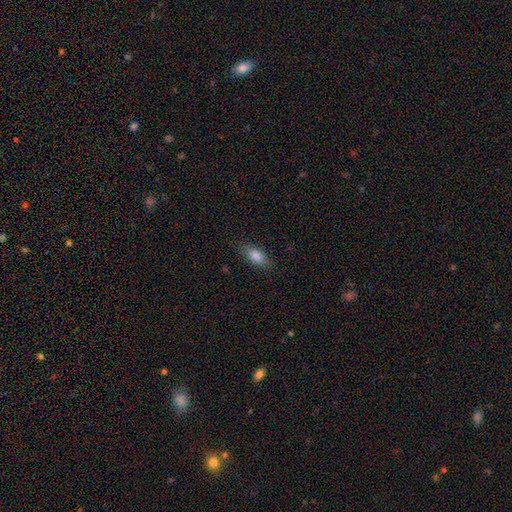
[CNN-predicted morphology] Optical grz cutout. It shows a smooth galaxy with no disk features (83%) that is in between round and cigar-shaped (85%). Merging: none (80%).